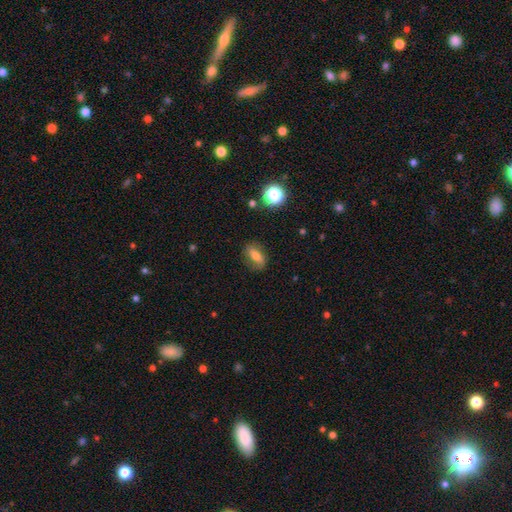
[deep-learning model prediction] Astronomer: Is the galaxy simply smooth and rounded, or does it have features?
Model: smooth — 52% (runner-up: featured or disk, 37%).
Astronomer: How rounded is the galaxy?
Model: in between — 73%.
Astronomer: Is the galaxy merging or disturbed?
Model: none — 76%.